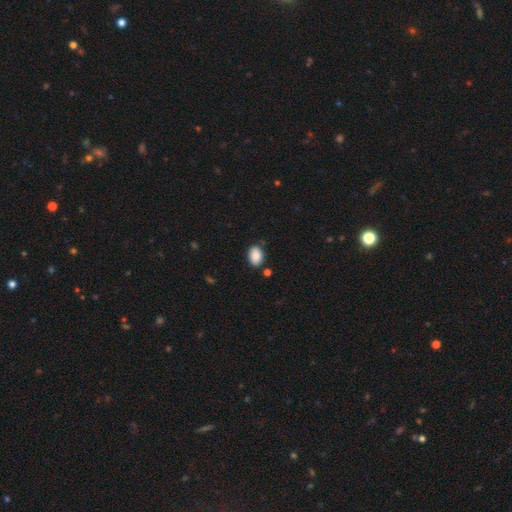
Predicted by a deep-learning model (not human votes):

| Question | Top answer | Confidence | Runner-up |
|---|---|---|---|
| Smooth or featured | smooth | 88% | star or artifact (7%) |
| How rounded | in between | 86% | round (13%) |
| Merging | none | 82% | minor disturbance (12%) |